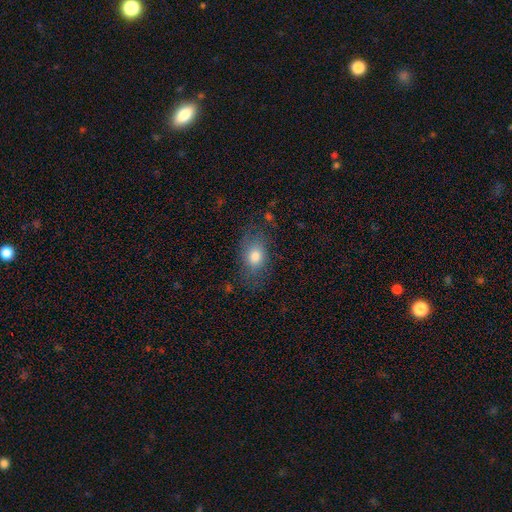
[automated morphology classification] type=smooth (78%); roundness=in between (79%); merging=none (71%).